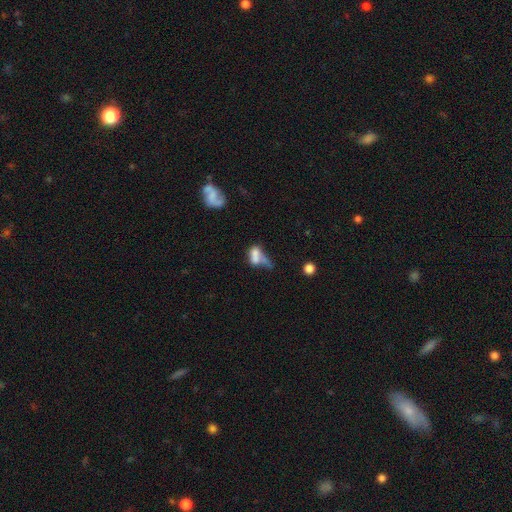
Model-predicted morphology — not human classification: smooth 58%, featured or disk 30%, star or artifact 12%. Down the decision tree: how rounded — in between (77%); merging — merger (50%).